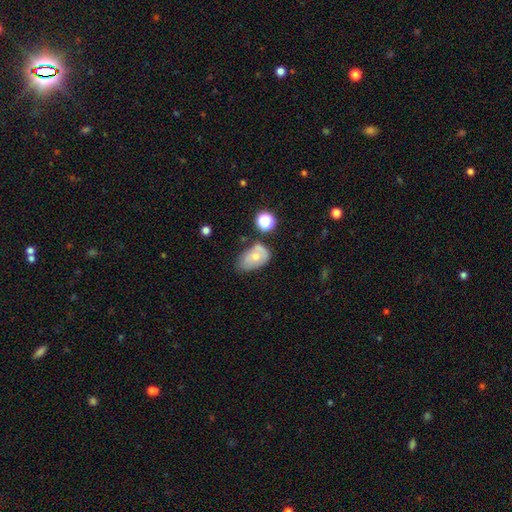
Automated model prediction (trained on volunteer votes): Smooth or featured? smooth (62%)
How rounded? in between (83%)
Merging? none (39%)